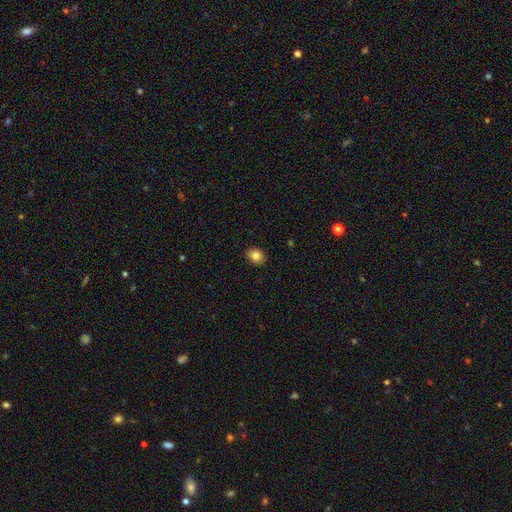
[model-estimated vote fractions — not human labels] A smooth galaxy with no disk features (84%) that is in between round and cigar-shaped (52%). Merging: none (90%).